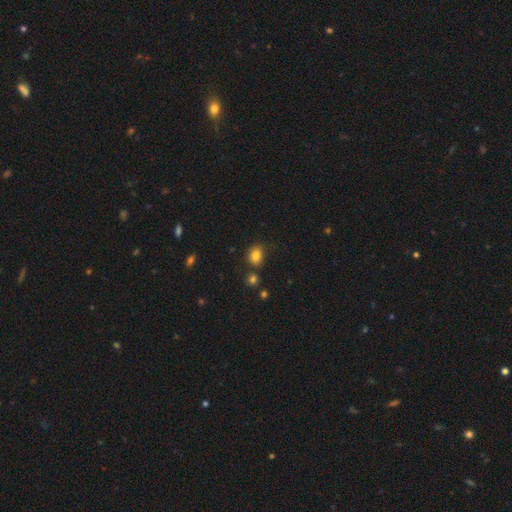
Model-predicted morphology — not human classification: type=smooth (82%); roundness=in between (57%); merging=none (74%).